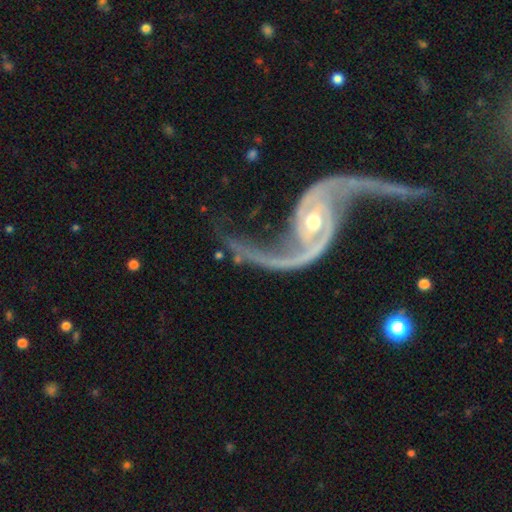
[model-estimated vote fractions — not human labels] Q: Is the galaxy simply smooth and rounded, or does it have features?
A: featured or disk — 94%.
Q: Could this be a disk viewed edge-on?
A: no — 97%.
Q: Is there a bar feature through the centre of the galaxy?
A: no — 48%.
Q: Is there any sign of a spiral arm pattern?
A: yes — 98%.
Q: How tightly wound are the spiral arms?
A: loose — 71%.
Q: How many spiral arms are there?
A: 2 — 94%.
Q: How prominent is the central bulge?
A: moderate — 50%.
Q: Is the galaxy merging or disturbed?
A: none — 58%.